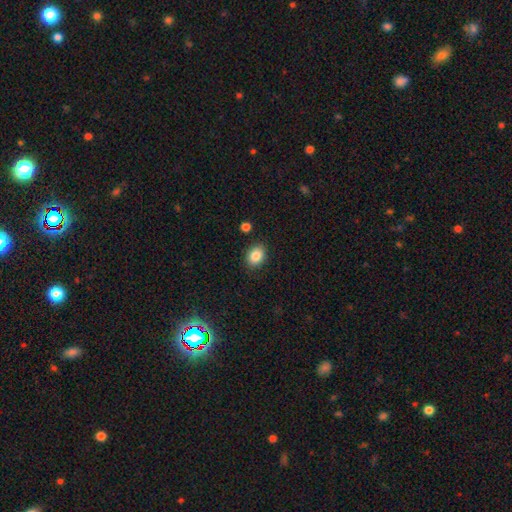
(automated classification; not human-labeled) Smooth or featured: smooth — 86% (star or artifact — 9%)
How rounded: in between — 63% (round — 36%)
Merging: none — 87% (minor disturbance — 9%)